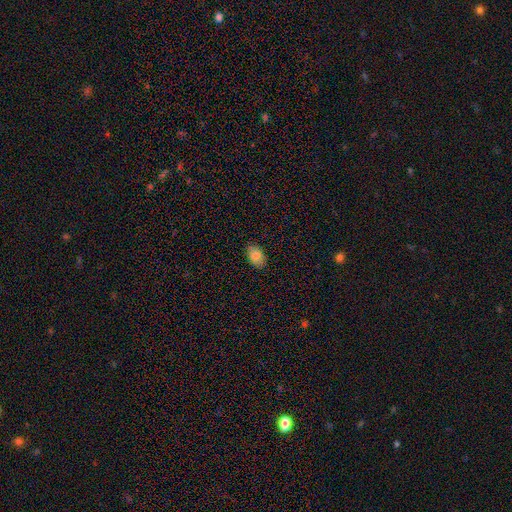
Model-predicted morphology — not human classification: Smooth or featured?
  - smooth: 82% *
  - featured or disk: 10%
  - star or artifact: 8%
How rounded?
  - in between: 88% *
  - round: 10%
  - cigar-shaped: 1%
Merging?
  - none: 88% *
  - minor disturbance: 9%
  - major disturbance: 2%
  - merger: 1%